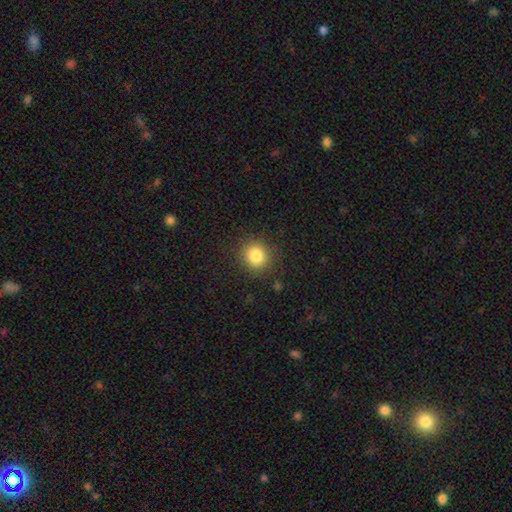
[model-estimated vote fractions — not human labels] smooth-or-featured: smooth: 84% | star or artifact: 11% | featured or disk: 5%
  how-rounded: round: 88% | in between: 11% | cigar-shaped: 1%
  merging: none: 88% | minor disturbance: 8% | major disturbance: 3% | merger: 1%